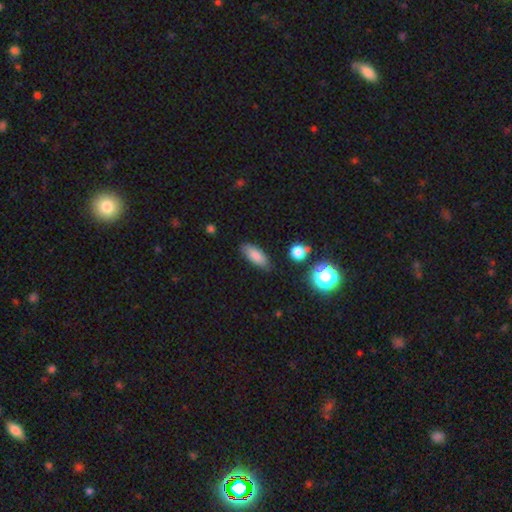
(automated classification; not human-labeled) Smooth or featured?
  - smooth: 83% *
  - star or artifact: 9%
  - featured or disk: 8%
How rounded?
  - in between: 77% *
  - cigar-shaped: 19%
  - round: 3%
Merging?
  - none: 81% *
  - minor disturbance: 13%
  - major disturbance: 3%
  - merger: 2%